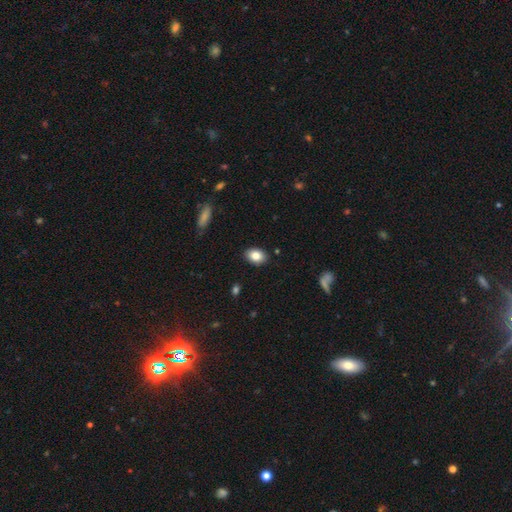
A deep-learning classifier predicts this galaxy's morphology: A smooth galaxy with no disk features (83%) that is in between round and cigar-shaped (80%).

Vote fractions:
- Smooth or featured? smooth: 83% / featured or disk: 8% / star or artifact: 8%
- How rounded? in between: 80% / round: 19% / cigar-shaped: 1%
- Merging? none: 88% / minor disturbance: 9% / major disturbance: 2% / merger: 1%